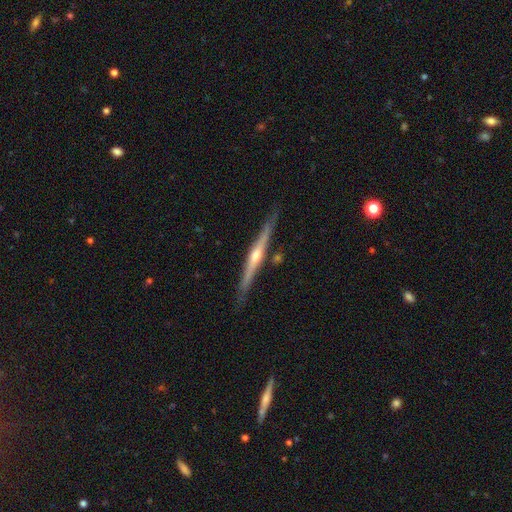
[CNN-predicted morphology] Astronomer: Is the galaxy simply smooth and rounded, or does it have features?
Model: featured or disk — 81%.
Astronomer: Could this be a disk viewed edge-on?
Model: yes — 98%.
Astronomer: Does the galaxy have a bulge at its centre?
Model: rounded — 86%.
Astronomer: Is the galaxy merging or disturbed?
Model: none — 87%.